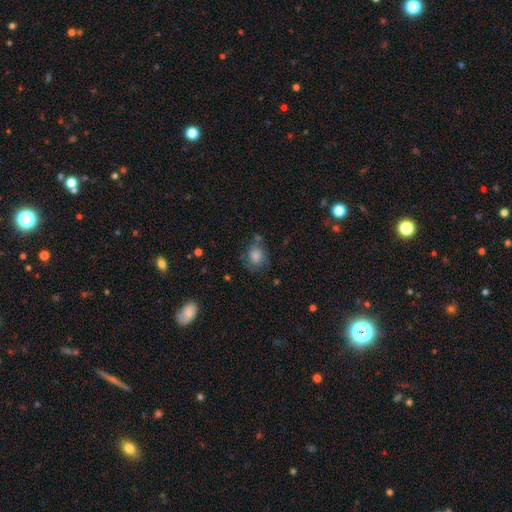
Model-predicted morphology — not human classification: This appears to be a smooth galaxy with no disk features (68%) that is round (65%). Merging: none (55%).